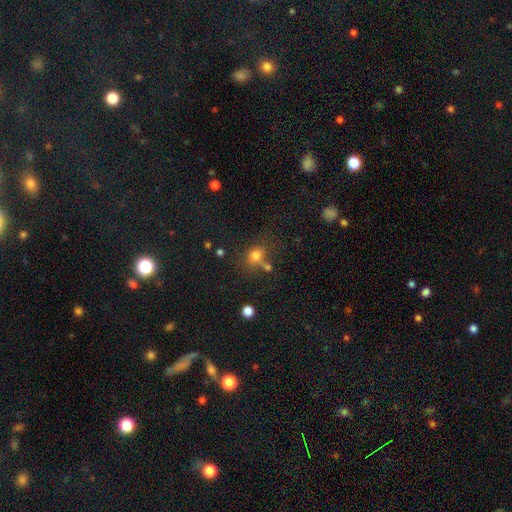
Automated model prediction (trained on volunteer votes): Smooth or featured? smooth (75%)
How rounded? round (64%)
Merging? none (52%)